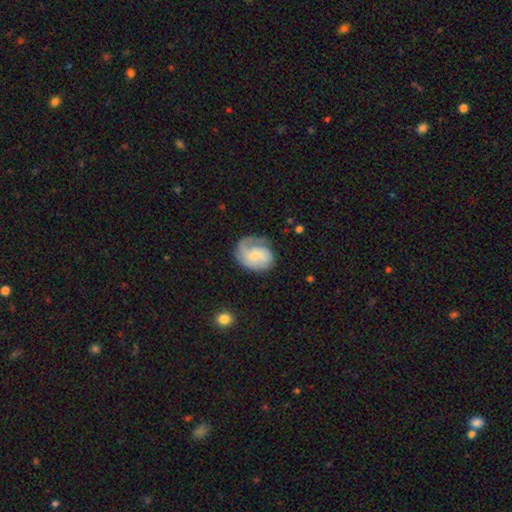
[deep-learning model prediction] Smooth or featured? featured or disk (69%)
Edge-on disk? no (98%)
Bar? no (59%)
Spiral arms? yes (91%)
Spiral winding? medium (41%)
Spiral arm count? 2 (37%)
Bulge size? small (50%)
Merging? none (57%)